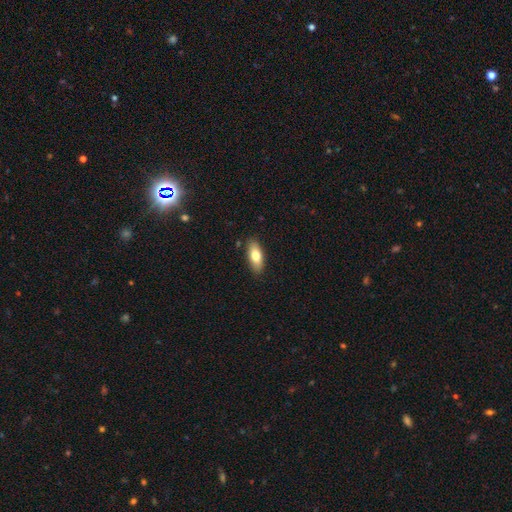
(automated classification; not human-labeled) This is likely a smooth galaxy (76%). How rounded: clearly in between (80%). Merging: clearly none (88%).